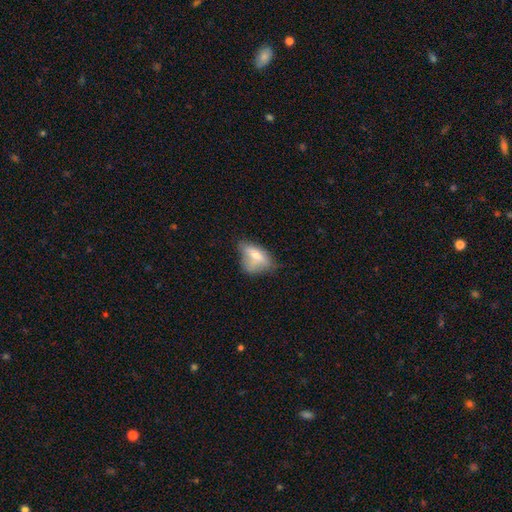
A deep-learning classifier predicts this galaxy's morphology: smooth_or_featured: smooth (p=0.64) [alt: featured or disk p=0.26]
how_rounded: in between (p=0.80) [alt: round p=0.11]
merging: none (p=0.38) [alt: minor disturbance p=0.32]